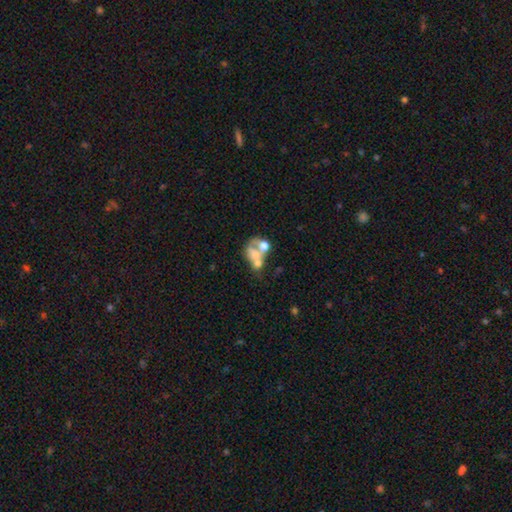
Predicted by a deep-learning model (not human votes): A smooth galaxy with no disk features (44%). Merging: merger (56%).